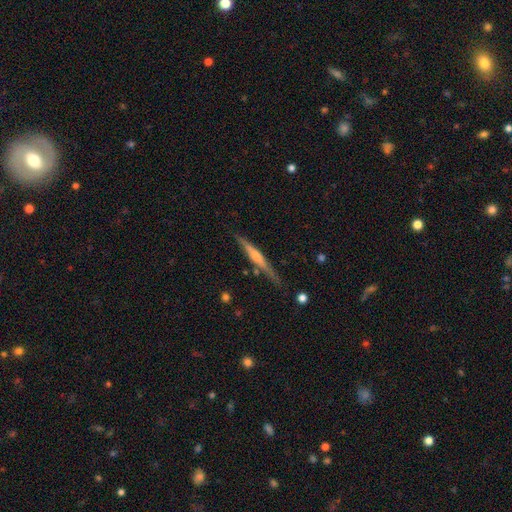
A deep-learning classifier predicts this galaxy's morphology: This is likely a featured or disk galaxy (70%). It is clearly viewed edge-on (97%). Edge-on bulge: likely rounded (62%). Merging: clearly none (84%).